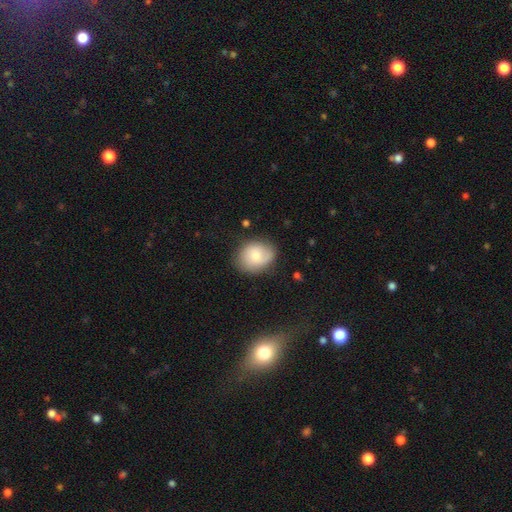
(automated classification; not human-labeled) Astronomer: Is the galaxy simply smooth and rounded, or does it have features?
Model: smooth — 62%.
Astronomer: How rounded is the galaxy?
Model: round — 56% (runner-up: in between, 43%).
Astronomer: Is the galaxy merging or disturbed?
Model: none — 75%.